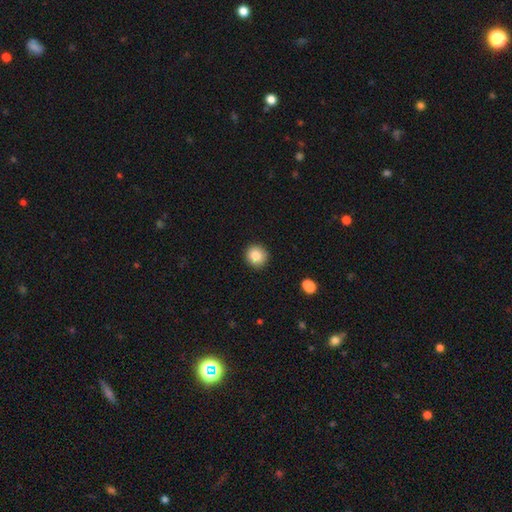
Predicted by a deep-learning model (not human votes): Morphology: type=smooth (85%); roundness=round (91%); merging=none (91%).